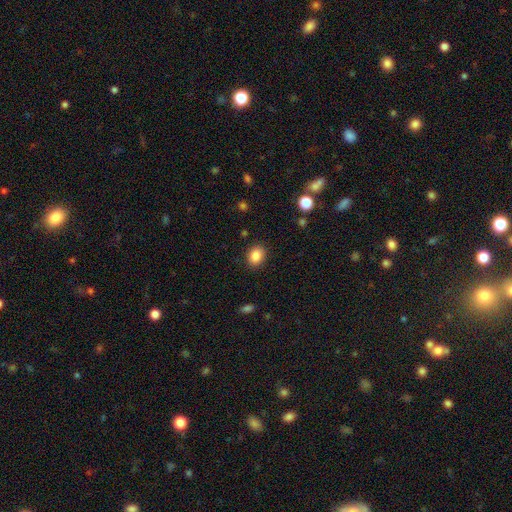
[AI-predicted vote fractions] This is clearly a smooth galaxy (86%). How rounded: possibly round (50%). Merging: clearly none (88%).